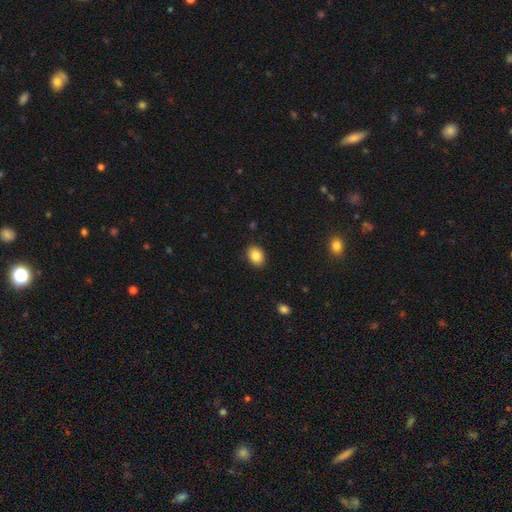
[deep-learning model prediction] smooth_or_featured: smooth (p=0.85) [alt: star or artifact p=0.08]
how_rounded: in between (p=0.70) [alt: round p=0.29]
merging: none (p=0.89) [alt: minor disturbance p=0.08]